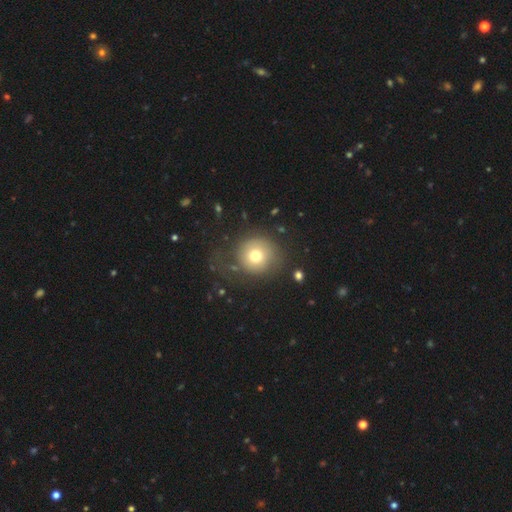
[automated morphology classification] Overall: smooth (69%). How rounded: round (91%). Merging: none (57%; major disturbance 21%).